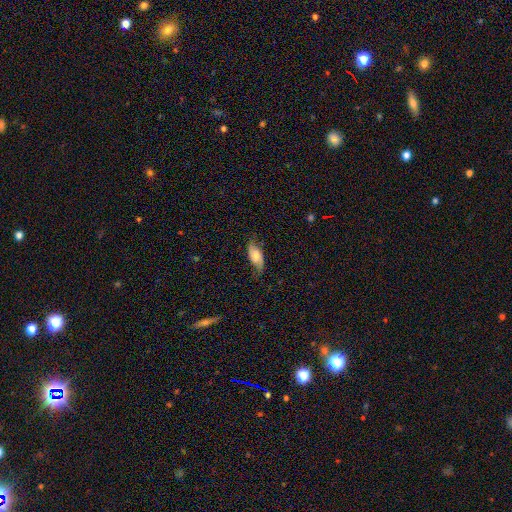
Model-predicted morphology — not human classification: type=featured or disk (46%, tied with smooth); merging=none (65%).